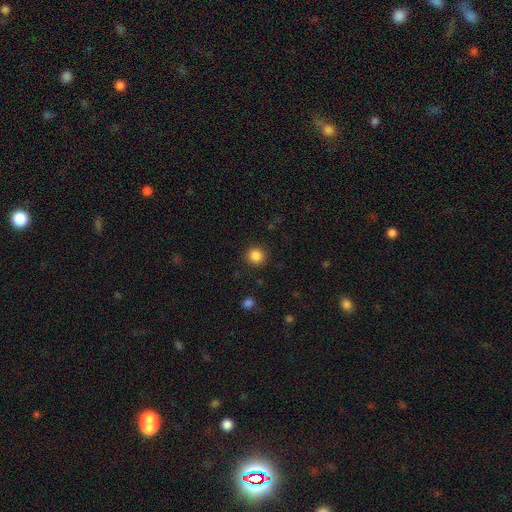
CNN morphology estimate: This appears to be a smooth galaxy with no disk features (85%) that is round (94%). Merging: none (91%).